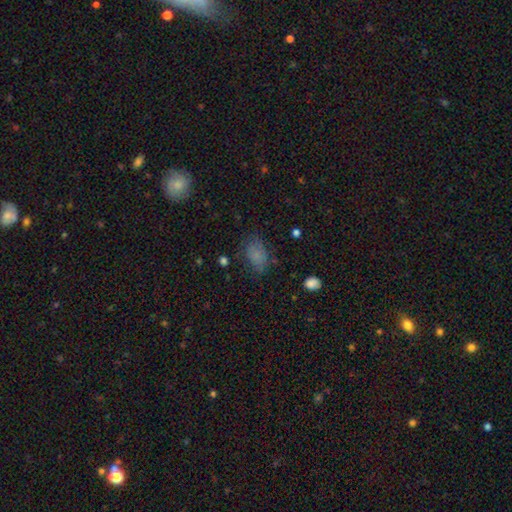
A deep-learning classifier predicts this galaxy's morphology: Smooth or featured: smooth — 77% (star or artifact — 14%)
How rounded: in between — 84% (round — 14%)
Merging: none — 64% (minor disturbance — 24%)